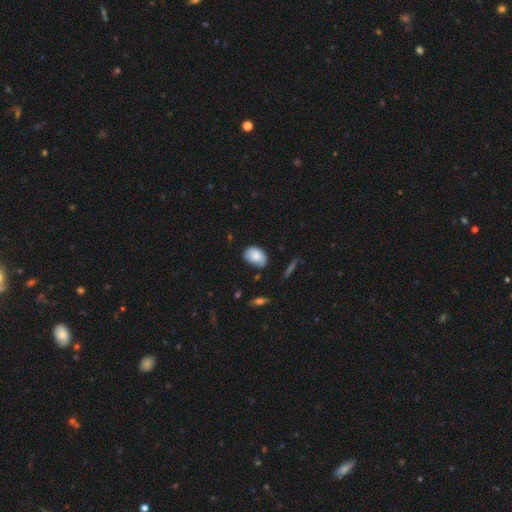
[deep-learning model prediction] Smooth or featured? Predicted: smooth (p=0.80). How rounded? Predicted: in between (p=0.82). Merging? Predicted: none (p=0.60).